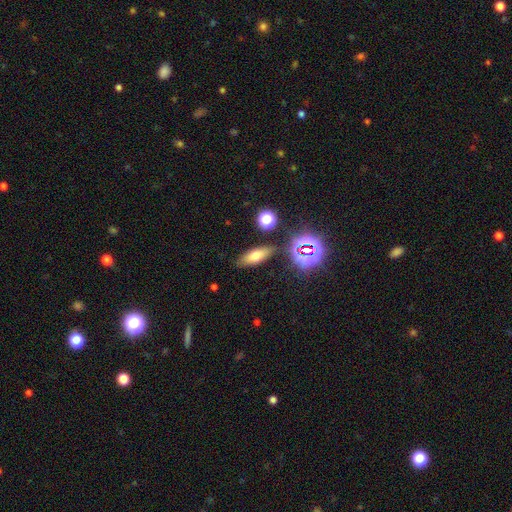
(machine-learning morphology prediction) This is likely a smooth galaxy (61%). How rounded: likely in between (64%). Merging: clearly none (82%).